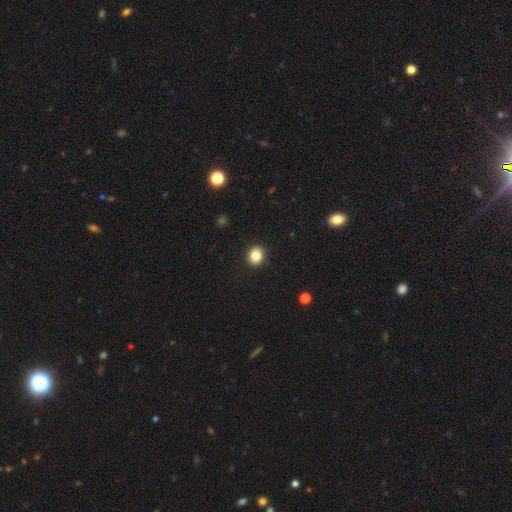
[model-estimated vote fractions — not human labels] Overall: smooth (85%). How rounded: round (77%). Merging: none (92%).